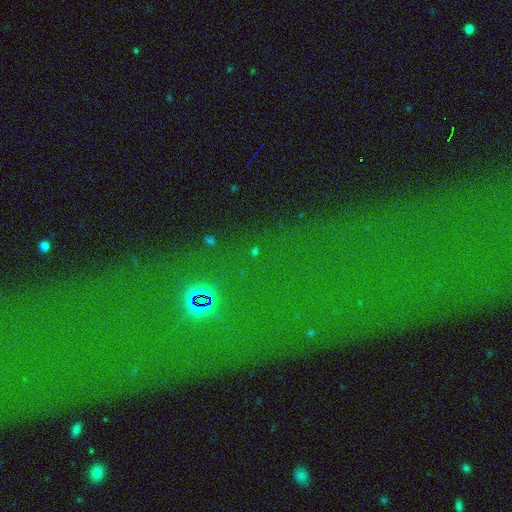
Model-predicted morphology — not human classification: Overall: star or artifact (72%).